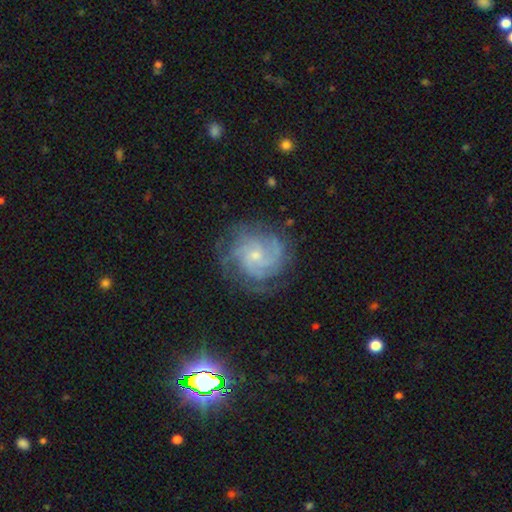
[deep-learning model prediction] A featured or disk galaxy (84%) with no bar (70%), 3 (28%) tight (60%) spiral arms (97%) and a small central bulge (71%).

Vote fractions:
- Smooth or featured? featured or disk: 84% / smooth: 9% / star or artifact: 7%
- Edge-on disk? no: 98% / yes: 2%
- Bar? no: 70% / weak: 26% / strong: 4%
- Spiral arms? yes: 97% / no: 3%
- Spiral winding? tight: 60% / medium: 33% / loose: 7%
- Spiral arm count? 3: 28% / can't tell: 26% / 4: 18% / 2: 15% / more than 4: 7% / 1: 6%
- Bulge size? small: 71% / moderate: 24% / none: 3% / large: 1% / dominant: 1%
- Merging? none: 74% / minor disturbance: 17% / major disturbance: 8% / merger: 1%